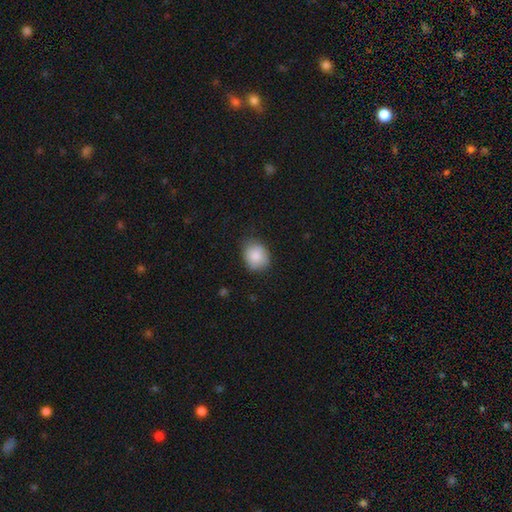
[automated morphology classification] This is clearly a smooth galaxy (85%). How rounded: possibly round (58%). Merging: likely none (75%).